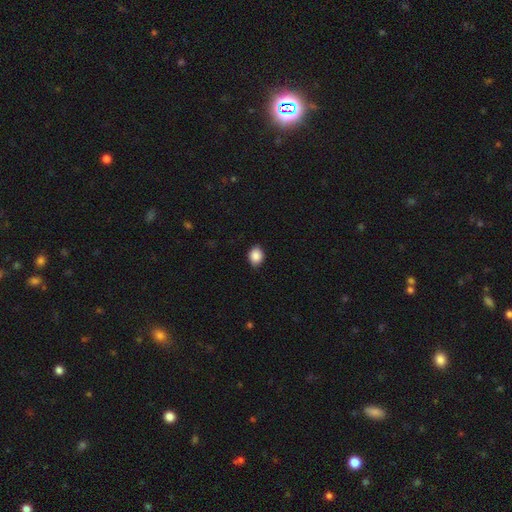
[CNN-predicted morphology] smooth_or_featured: smooth (p=0.89) [alt: star or artifact p=0.08]
how_rounded: in between (p=0.55) [alt: round p=0.44]
merging: none (p=0.86) [alt: minor disturbance p=0.11]